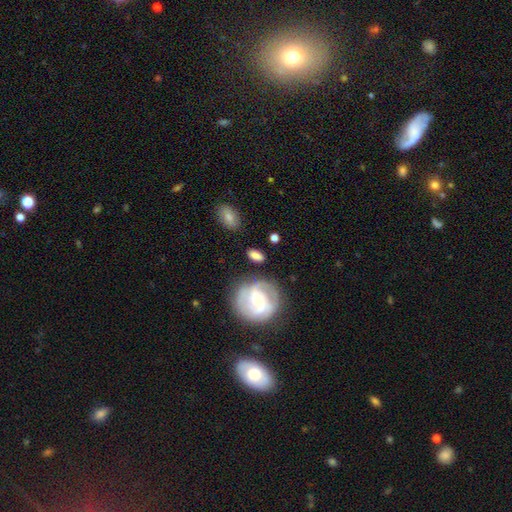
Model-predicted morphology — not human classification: Overall: smooth (66%; featured or disk 27%). How rounded: in between (73%). Merging: none (71%).